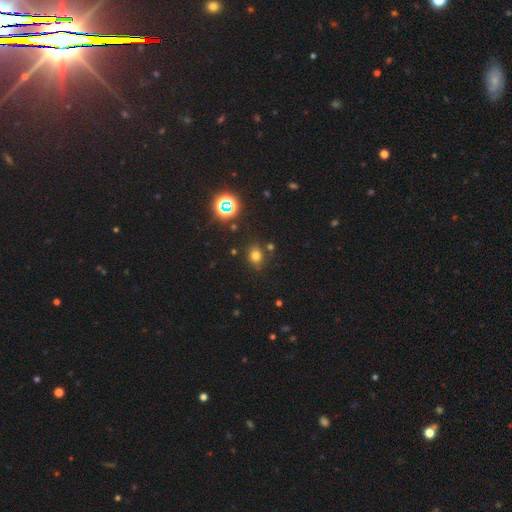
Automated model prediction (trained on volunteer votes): Morphology: type=smooth (69%); roundness=round (58%); merging=none (77%).